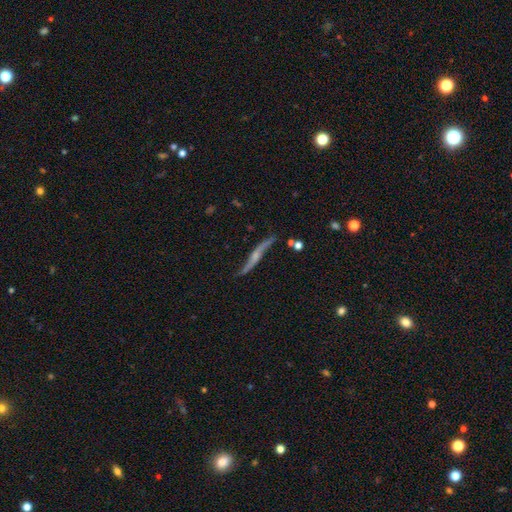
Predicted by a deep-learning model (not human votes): This is likely a featured or disk galaxy (80%). It is likely viewed edge-on (72%). Edge-on bulge: likely rounded (71%). Merging: likely none (69%).